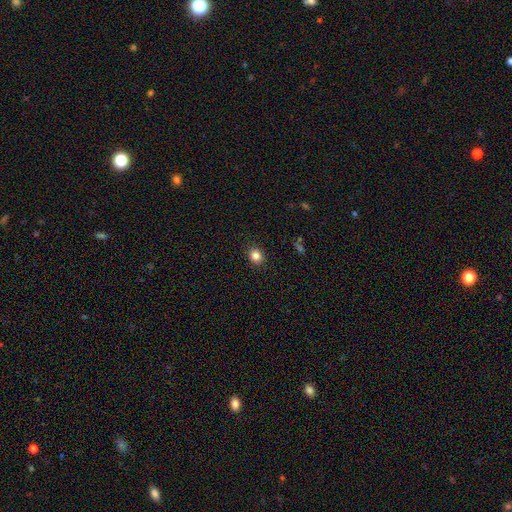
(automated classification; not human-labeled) A smooth galaxy with no disk features (83%) that is round (73%). Merging: none (90%).